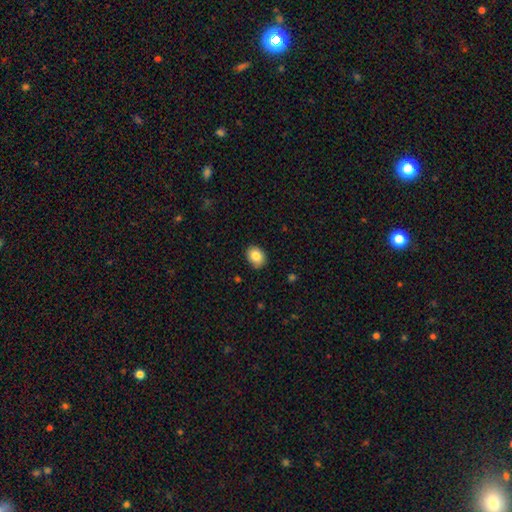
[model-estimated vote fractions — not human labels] A smooth galaxy with no disk features (85%) that is in between round and cigar-shaped (52%). Merging: none (86%).